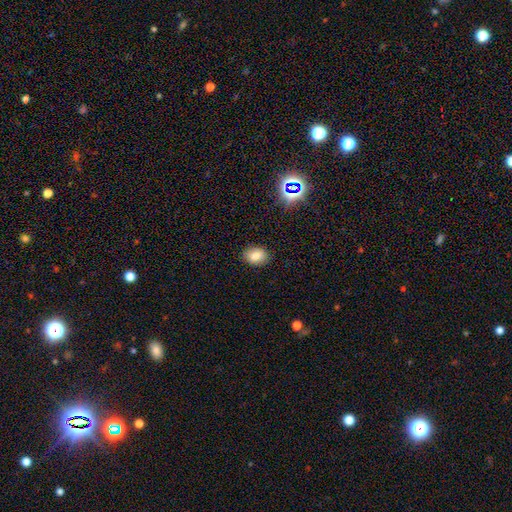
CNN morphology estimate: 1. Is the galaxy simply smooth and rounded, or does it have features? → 80% smooth, 12% star or artifact, 8% featured or disk.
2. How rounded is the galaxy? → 65% in between, 34% round, 1% cigar-shaped.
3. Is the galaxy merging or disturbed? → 87% none, 9% minor disturbance, 2% major disturbance, 1% merger.